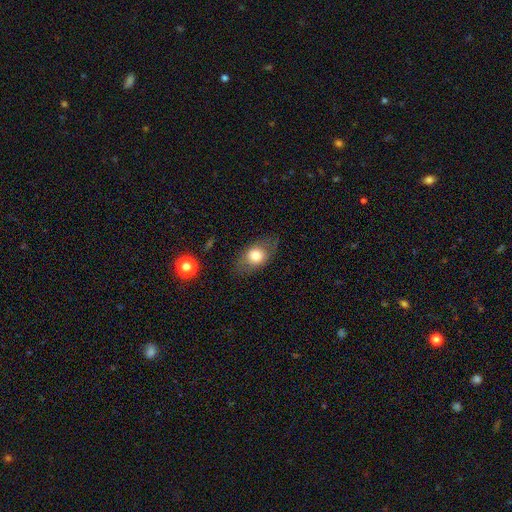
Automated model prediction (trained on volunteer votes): Q: Smooth or featured?
A: smooth (70%); runner-up: featured or disk (22%)
Q: How rounded?
A: in between (66%); runner-up: round (31%)
Q: Merging?
A: none (76%); runner-up: minor disturbance (15%)